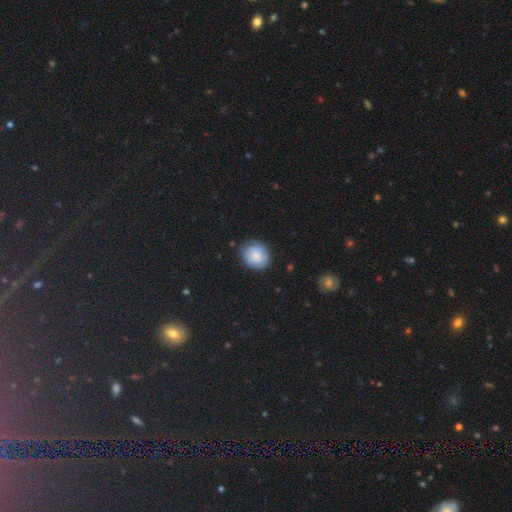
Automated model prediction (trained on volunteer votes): Morphology: type=smooth (75%); roundness=round (81%); merging=none (79%).